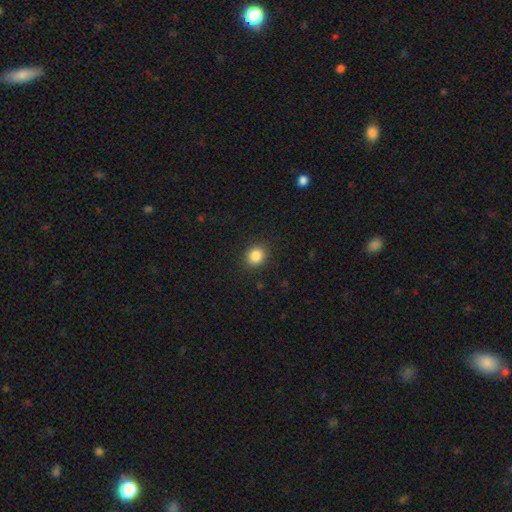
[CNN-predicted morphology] Smooth or featured? Predicted: smooth (p=0.85). How rounded? Predicted: round (p=0.72). Merging? Predicted: none (p=0.89).